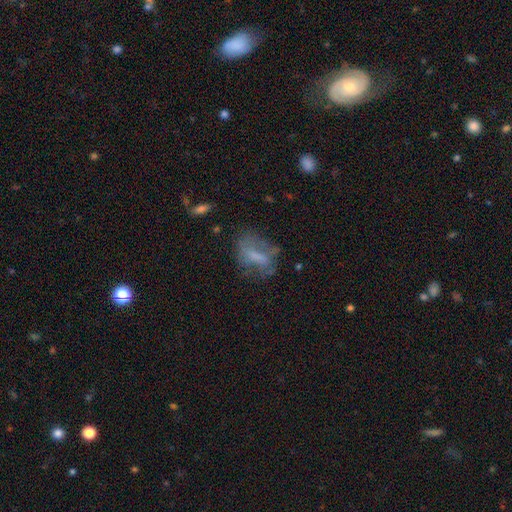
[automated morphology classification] The model was most divided on "smooth or featured": smooth: 46%, featured or disk: 41%, star or artifact: 13%. Remaining: merging — none (44%).